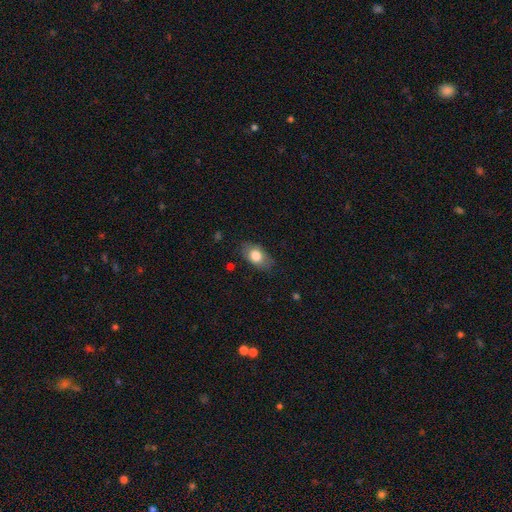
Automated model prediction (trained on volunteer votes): This is likely a smooth galaxy (78%). How rounded: clearly in between (87%). Merging: likely none (78%).